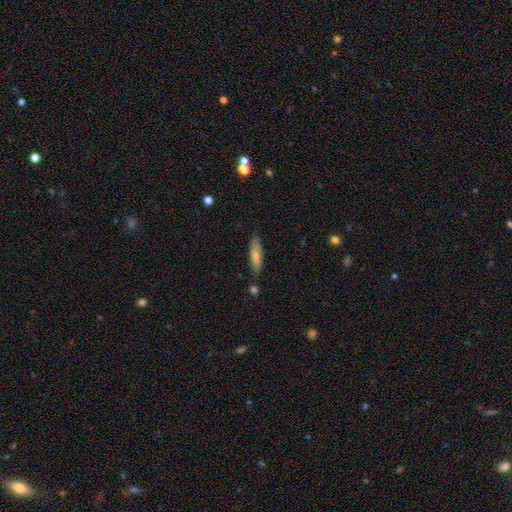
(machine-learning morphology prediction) This is likely a smooth galaxy (69%). How rounded: likely cigar-shaped (64%). Merging: likely none (73%).